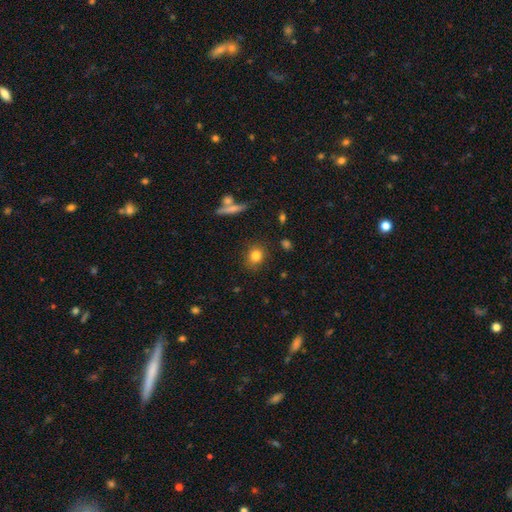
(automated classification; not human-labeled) A smooth galaxy with no disk features (81%) that is round (72%).

Vote fractions:
- Smooth or featured? smooth: 81% / star or artifact: 10% / featured or disk: 9%
- How rounded? round: 72% / in between: 26% / cigar-shaped: 2%
- Merging? none: 85% / minor disturbance: 10% / major disturbance: 3% / merger: 2%